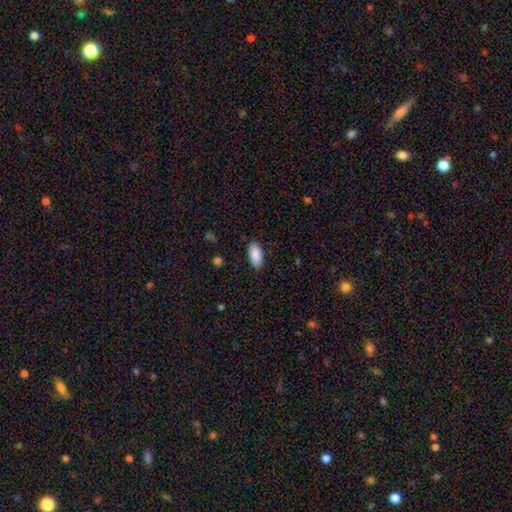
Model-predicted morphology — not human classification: Smooth or featured? smooth (90%)
How rounded? in between (92%)
Merging? none (86%)